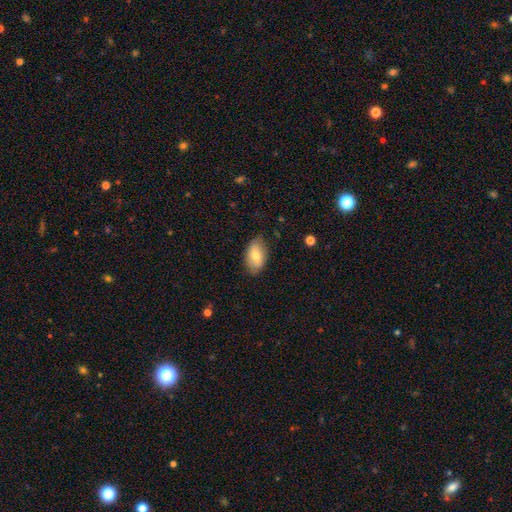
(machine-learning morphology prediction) Smooth or featured? smooth (72%)
How rounded? in between (93%)
Merging? none (77%)